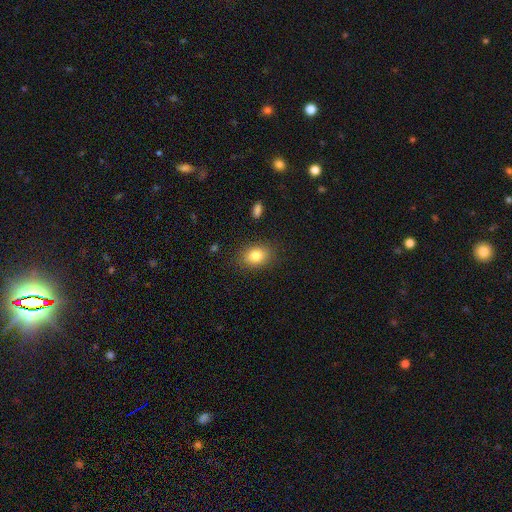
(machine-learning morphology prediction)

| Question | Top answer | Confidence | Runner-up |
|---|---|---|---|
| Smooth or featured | smooth | 82% | star or artifact (9%) |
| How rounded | in between | 73% | round (25%) |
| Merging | none | 85% | minor disturbance (11%) |